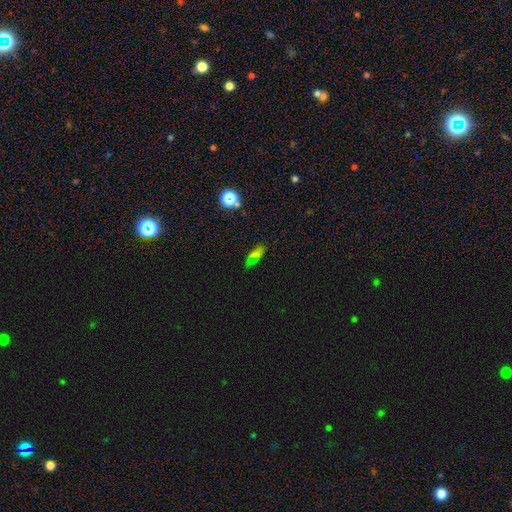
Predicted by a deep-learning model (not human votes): A smooth galaxy with no disk features (53%) that is in between round and cigar-shaped (70%).

Vote fractions:
- Smooth or featured? smooth: 53% / star or artifact: 31% / featured or disk: 16%
- How rounded? in between: 70% / cigar-shaped: 23% / round: 7%
- Merging? none: 79% / minor disturbance: 15% / major disturbance: 4% / merger: 3%